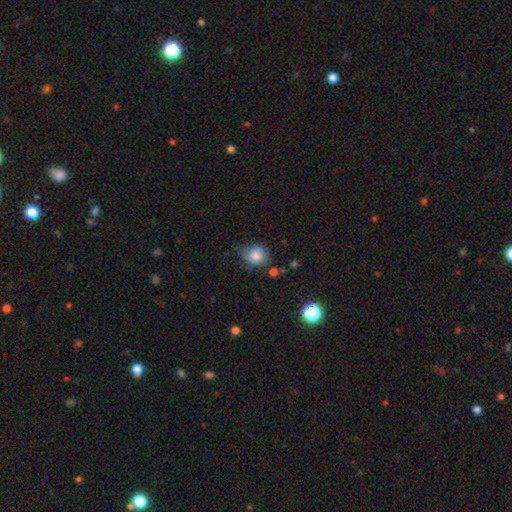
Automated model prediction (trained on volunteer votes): smooth_or_featured: smooth (p=0.80) [alt: featured or disk p=0.11]
how_rounded: round (p=0.62) [alt: in between p=0.37]
merging: none (p=0.45) [alt: minor disturbance p=0.37]